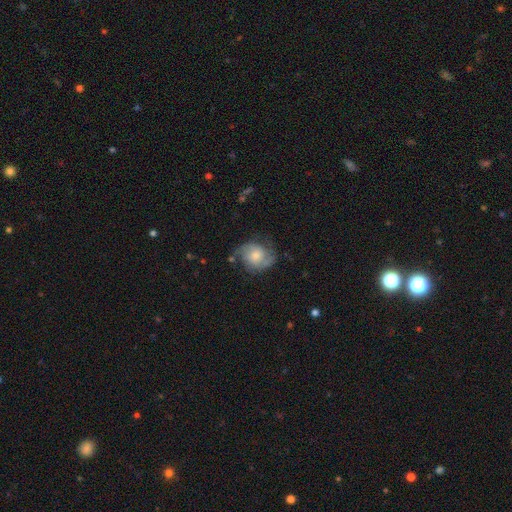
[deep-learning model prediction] Smooth or featured: featured or disk — 69% (smooth — 24%)
Edge-on disk: no — 98% (yes — 2%)
Bar: no — 69% (weak — 27%)
Spiral arms: yes — 92% (no — 8%)
Spiral winding: medium — 48% (tight — 28%)
Spiral arm count: 2 — 80% (can't tell — 9%)
Bulge size: moderate — 47% (small — 34%)
Merging: none — 65% (minor disturbance — 22%)